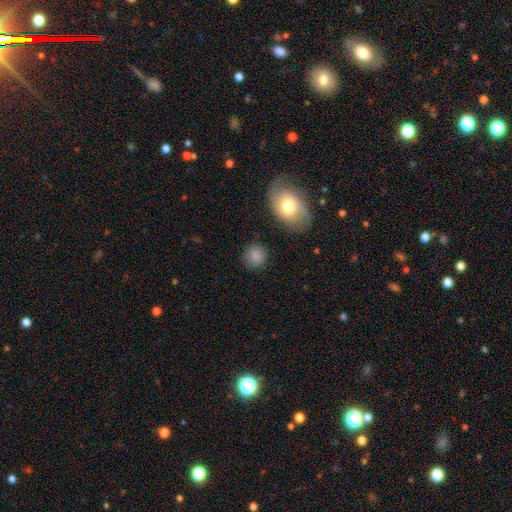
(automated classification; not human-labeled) A smooth galaxy with no disk features (85%) that is round (83%). Merging: none (84%).